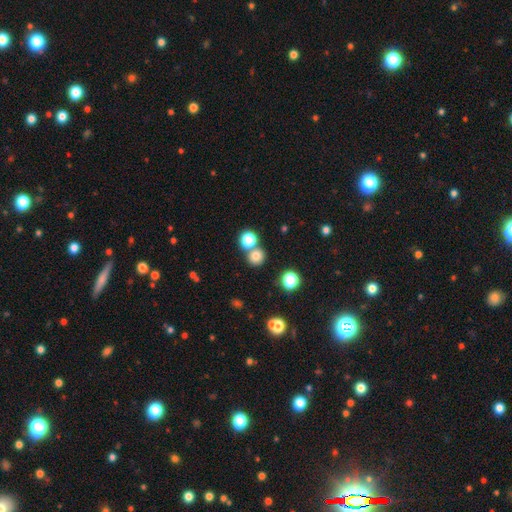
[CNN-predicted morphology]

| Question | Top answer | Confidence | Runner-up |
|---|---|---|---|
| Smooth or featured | smooth | 77% | star or artifact (16%) |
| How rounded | round | 88% | in between (11%) |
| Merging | none | 63% | merger (27%) |